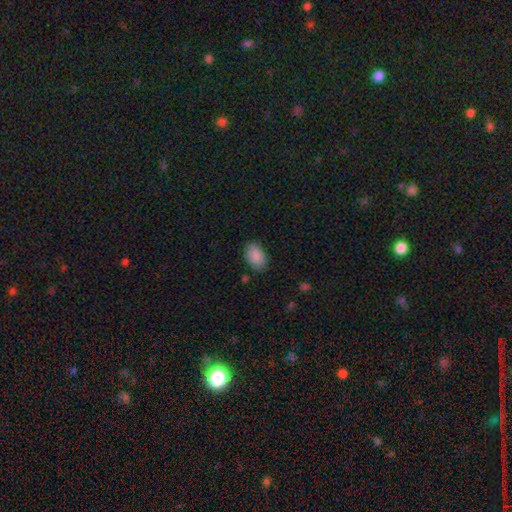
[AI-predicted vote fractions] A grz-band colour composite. It shows a smooth galaxy with no disk features (89%) that is in between round and cigar-shaped (89%). Merging: none (80%).